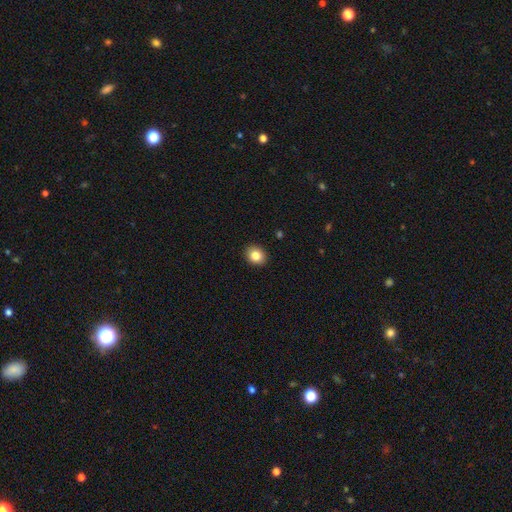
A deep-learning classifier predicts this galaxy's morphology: This appears to be a smooth galaxy with no disk features (84%) that is round (66%). Merging: none (92%).